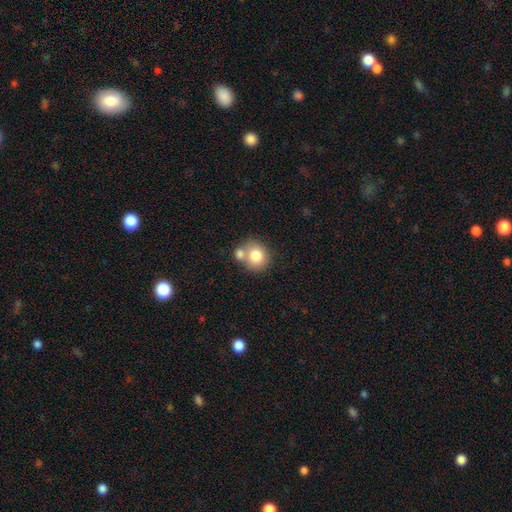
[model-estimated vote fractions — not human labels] Overall: smooth (78%). How rounded: round (78%). Merging: none (49%; merger 38%).